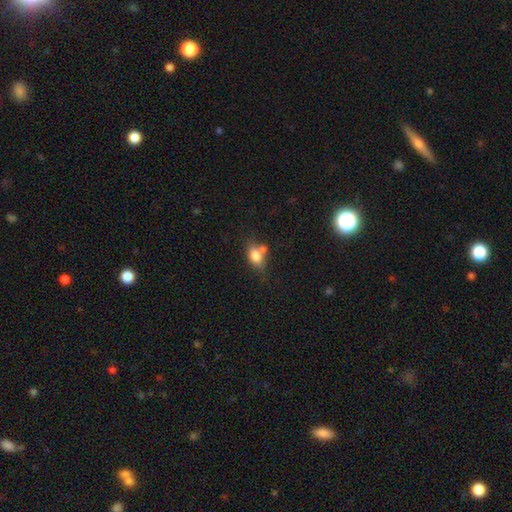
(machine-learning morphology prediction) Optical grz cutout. It shows a smooth galaxy with no disk features (78%) that is in between round and cigar-shaped (74%). Merging: none (45%).